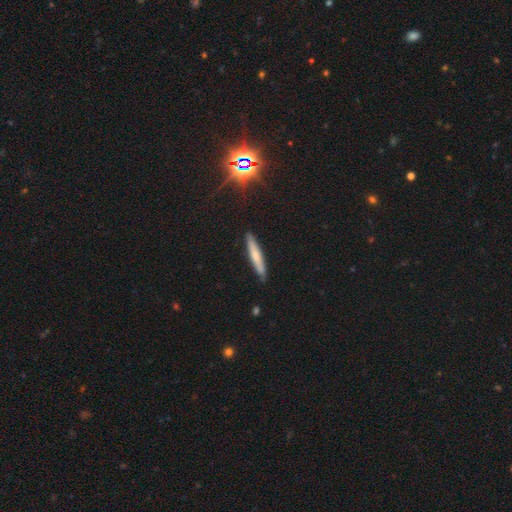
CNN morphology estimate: type=smooth (65%); roundness=cigar-shaped (93%); merging=none (88%).